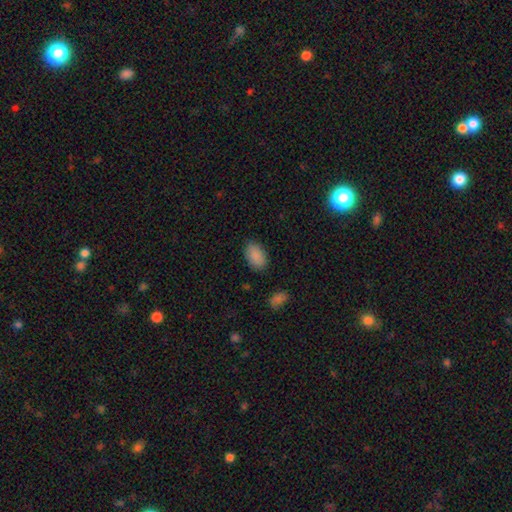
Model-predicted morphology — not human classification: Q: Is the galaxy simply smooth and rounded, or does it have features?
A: smooth — 89%.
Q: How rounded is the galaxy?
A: in between — 92%.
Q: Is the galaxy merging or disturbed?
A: none — 84%.